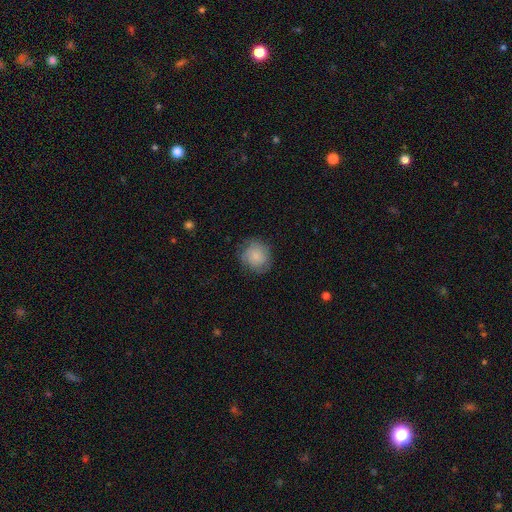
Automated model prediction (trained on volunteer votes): smooth_or_featured: smooth (p=0.72) [alt: featured or disk p=0.20]
how_rounded: round (p=0.81) [alt: in between p=0.18]
merging: none (p=0.76) [alt: minor disturbance p=0.17]